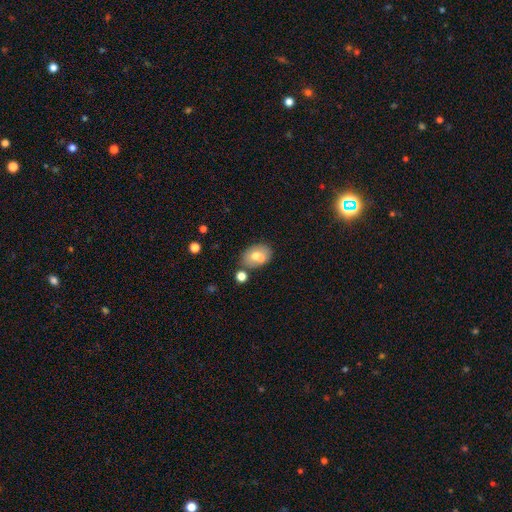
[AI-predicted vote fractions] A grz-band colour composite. It shows a smooth galaxy with no disk features (64%) that is in between round and cigar-shaped (72%). Merging: none (53%).